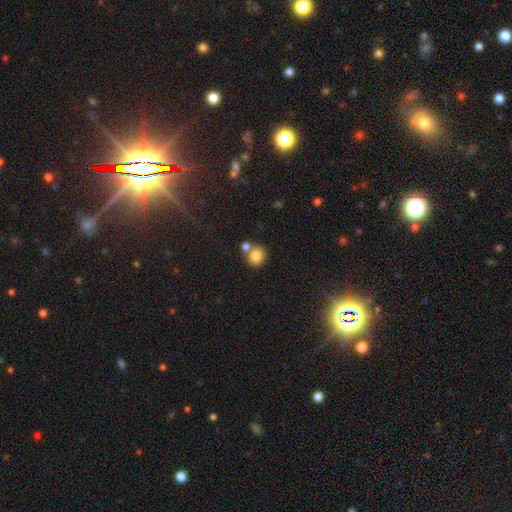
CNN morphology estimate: smooth_or_featured: smooth (p=0.82) [alt: star or artifact p=0.10]
how_rounded: round (p=0.82) [alt: in between p=0.17]
merging: none (p=0.61) [alt: merger p=0.28]